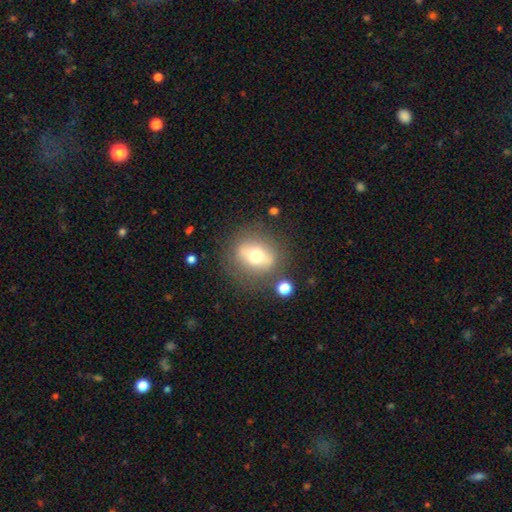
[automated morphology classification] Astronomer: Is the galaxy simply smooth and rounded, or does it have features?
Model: smooth — 55% (runner-up: featured or disk, 34%).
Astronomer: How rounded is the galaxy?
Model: round — 71%.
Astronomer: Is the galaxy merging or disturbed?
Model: none — 77%.